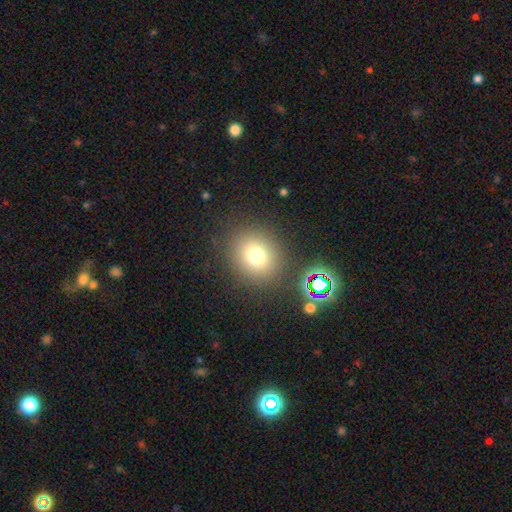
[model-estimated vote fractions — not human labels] smooth 73%, star or artifact 17%, featured or disk 10%. Down the decision tree: how rounded — round (77%); merging — none (83%).